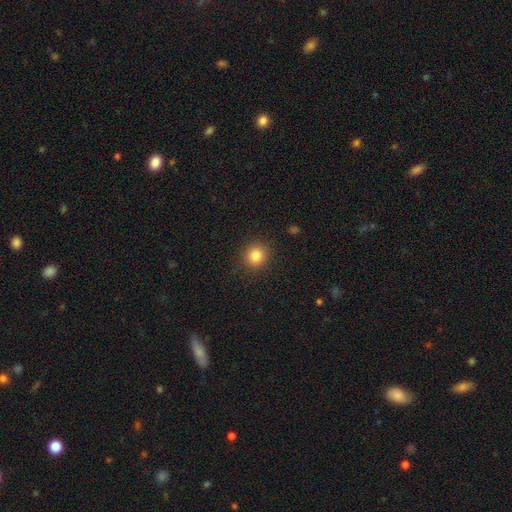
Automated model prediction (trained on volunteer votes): Smooth or featured? smooth (83%)
How rounded? round (90%)
Merging? none (90%)